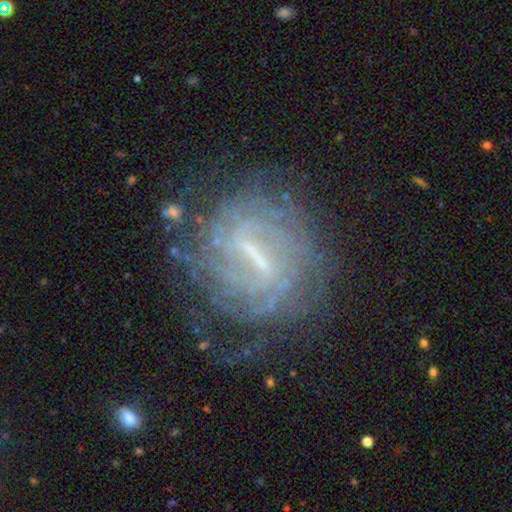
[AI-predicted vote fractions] The model was most divided on "bar": strong: 51%, weak: 40%, no: 9%. More confident: edge-on disk — no (95%); spiral arms — yes (87%); smooth or featured — featured or disk (82%); spiral winding — tight (70%); merging — none (70%); bulge size — small (59%); spiral arm count — can't tell (52%).